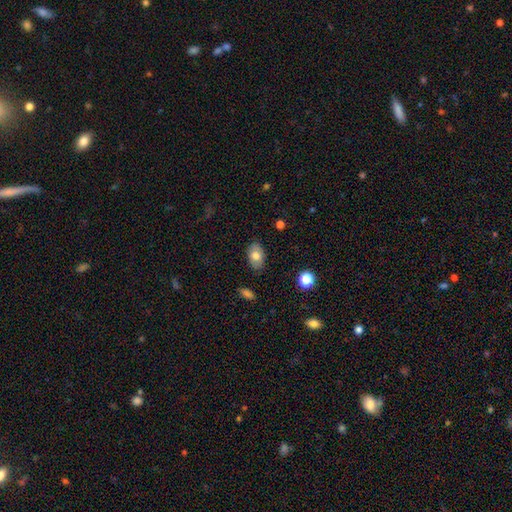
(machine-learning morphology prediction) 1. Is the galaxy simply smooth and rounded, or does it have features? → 74% smooth, 18% featured or disk, 8% star or artifact.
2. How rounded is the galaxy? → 89% in between, 10% round, 1% cigar-shaped.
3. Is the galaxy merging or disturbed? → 85% none, 12% minor disturbance, 2% major disturbance, 1% merger.